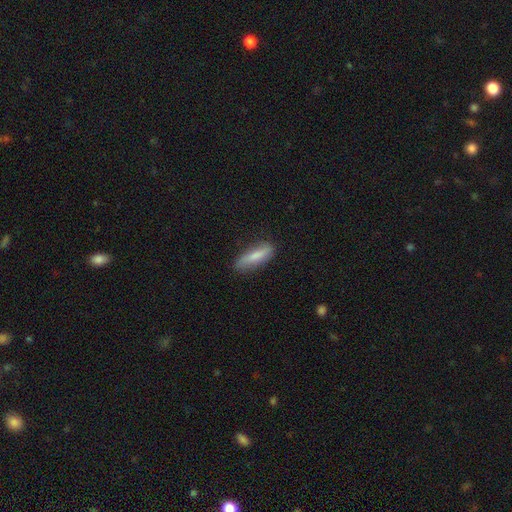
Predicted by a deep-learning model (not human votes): smooth_or_featured: smooth (p=0.73) [alt: featured or disk p=0.21]
how_rounded: cigar-shaped (p=0.60) [alt: in between p=0.38]
merging: none (p=0.75) [alt: minor disturbance p=0.19]